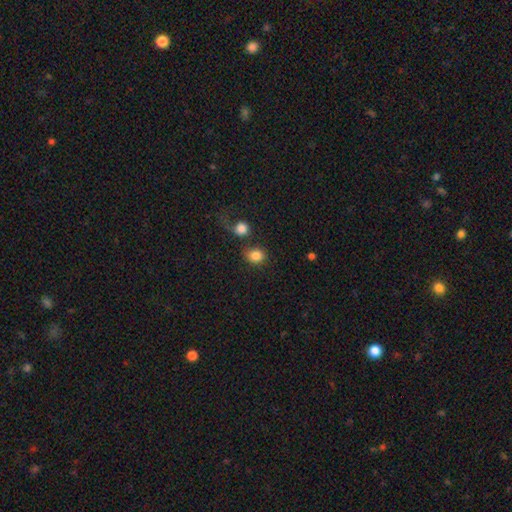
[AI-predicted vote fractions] Q: Smooth or featured?
A: smooth (84%); runner-up: star or artifact (9%)
Q: How rounded?
A: round (70%); runner-up: in between (29%)
Q: Merging?
A: none (61%); runner-up: merger (20%)